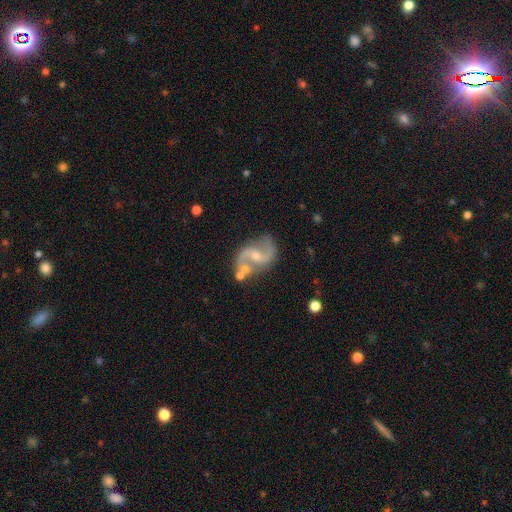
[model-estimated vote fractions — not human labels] The model was most divided on "bar": weak: 43%, no: 40%, strong: 17%. Remaining: edge-on disk — no (98%); spiral arms — yes (97%); spiral arm count — 2 (94%); smooth or featured — featured or disk (90%); merging — none (68%); bulge size — small (53%); spiral winding — loose (50%).